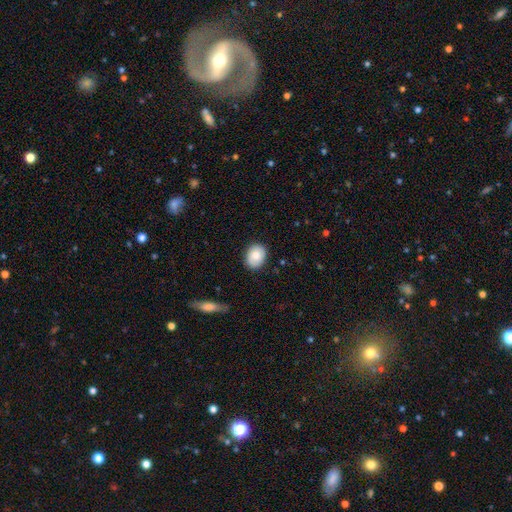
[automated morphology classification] This is clearly a smooth galaxy (82%). How rounded: possibly in between (58%). Merging: clearly none (86%).